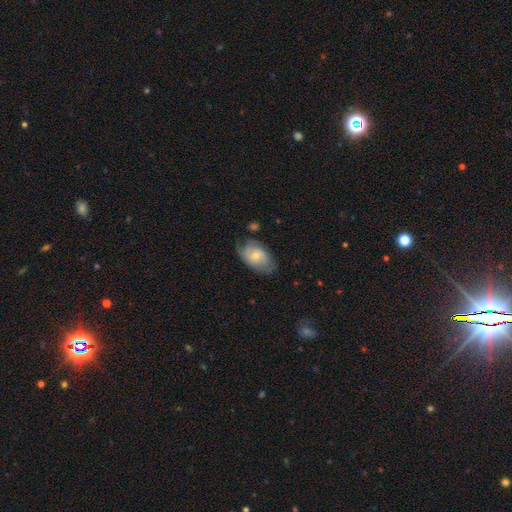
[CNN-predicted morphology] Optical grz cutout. It shows a smooth galaxy with no disk features (57%) that is in between round and cigar-shaped (87%). Merging: none (58%).